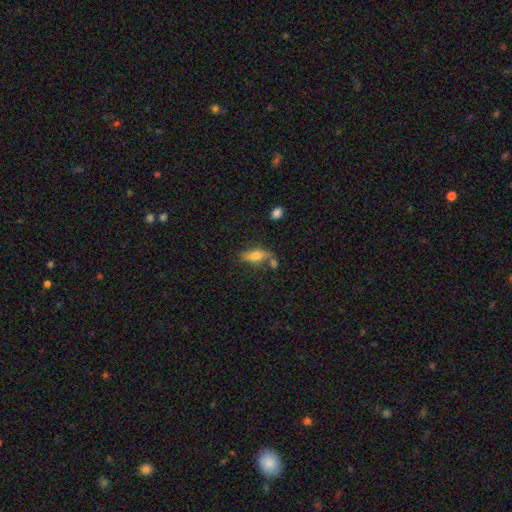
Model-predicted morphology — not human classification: smooth_or_featured: smooth (p=0.64) [alt: featured or disk p=0.28]
how_rounded: in between (p=0.70) [alt: cigar-shaped p=0.26]
merging: none (p=0.52) [alt: merger p=0.20]